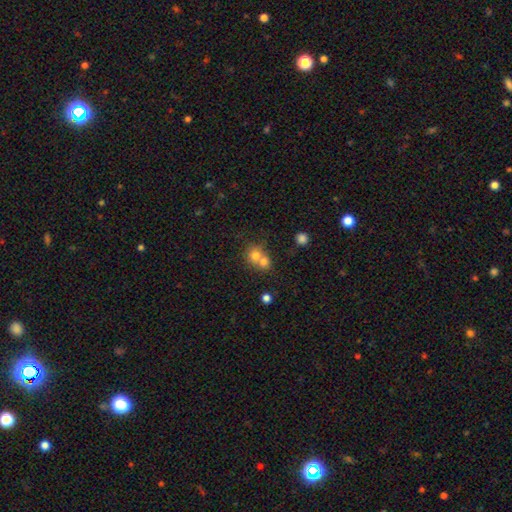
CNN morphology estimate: Smooth or featured? smooth (73%)
How rounded? round (80%)
Merging? merger (59%)